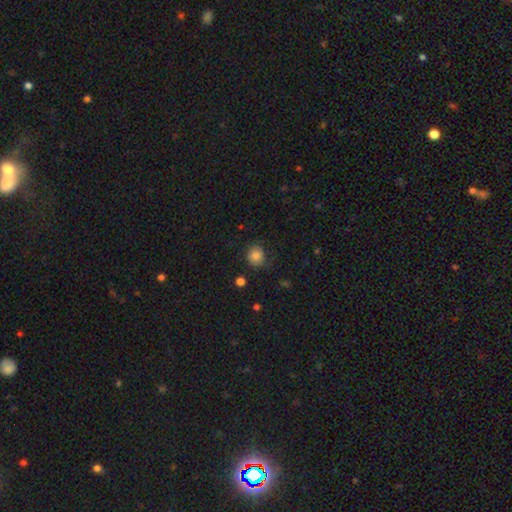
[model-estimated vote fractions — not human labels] This appears to be a smooth galaxy with no disk features (82%) that is round (79%). Merging: none (69%).